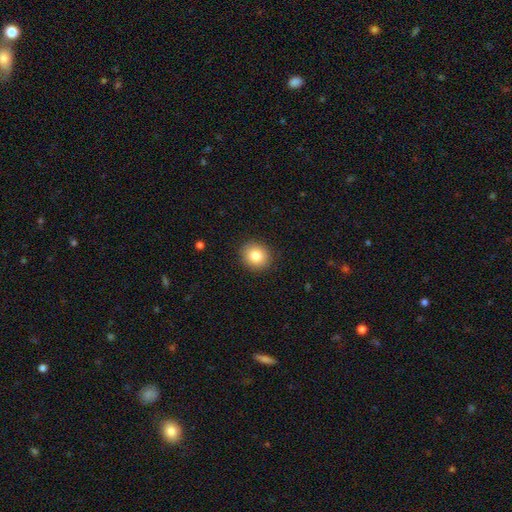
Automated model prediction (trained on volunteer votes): This is clearly a smooth galaxy (83%). How rounded: likely round (79%). Merging: clearly none (90%).